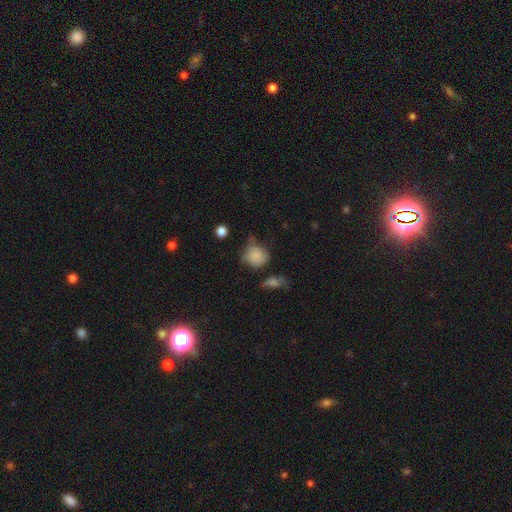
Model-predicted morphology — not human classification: A smooth galaxy with no disk features (77%) that is round (74%).

Vote fractions:
- Smooth or featured? smooth: 77% / featured or disk: 13% / star or artifact: 11%
- How rounded? round: 74% / in between: 25% / cigar-shaped: 1%
- Merging? none: 44% / minor disturbance: 32% / major disturbance: 14% / merger: 10%